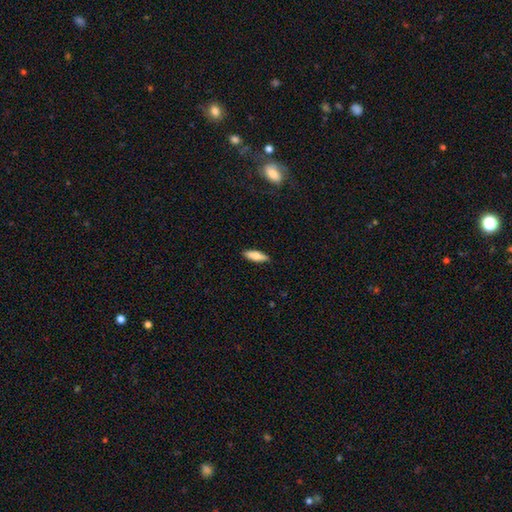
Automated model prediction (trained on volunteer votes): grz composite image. It shows a smooth galaxy with no disk features (76%) that is in between round and cigar-shaped (52%). Merging: none (88%).